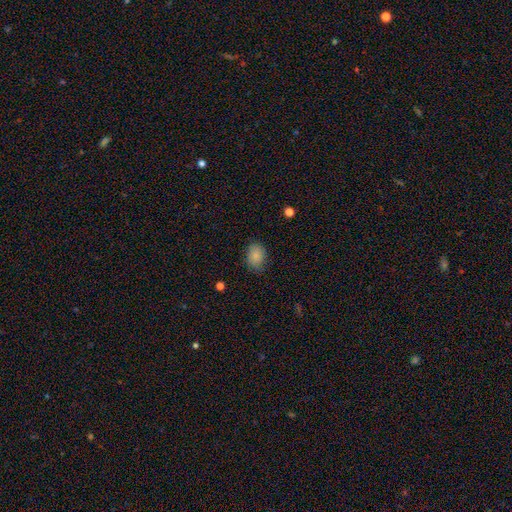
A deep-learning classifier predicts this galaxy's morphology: Smooth or featured?
  - smooth: 82% *
  - featured or disk: 10%
  - star or artifact: 8%
How rounded?
  - in between: 64% *
  - round: 35%
  - cigar-shaped: 1%
Merging?
  - none: 76% *
  - minor disturbance: 19%
  - major disturbance: 4%
  - merger: 1%